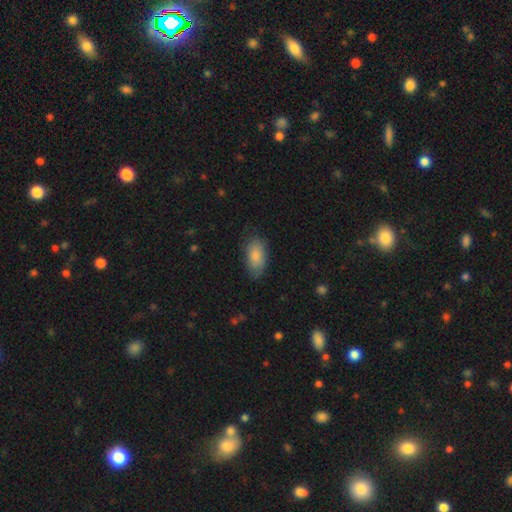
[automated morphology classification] type=smooth (83%); roundness=in between (93%); merging=none (74%).